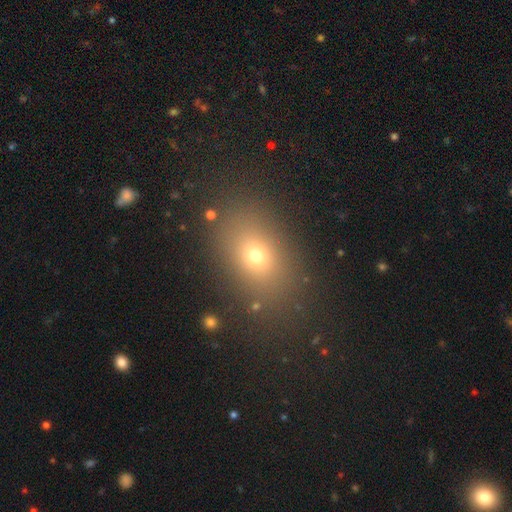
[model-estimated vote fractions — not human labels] smooth-or-featured: smooth: 67% | star or artifact: 20% | featured or disk: 13%
  how-rounded: in between: 71% | round: 27% | cigar-shaped: 2%
  merging: none: 85% | minor disturbance: 9% | major disturbance: 4% | merger: 2%